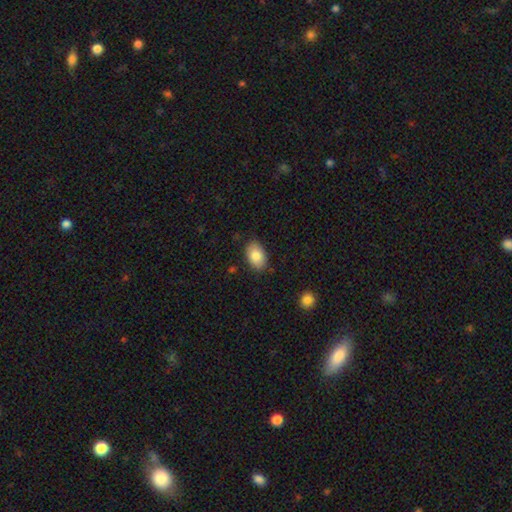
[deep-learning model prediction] smooth-or-featured: smooth: 85% | featured or disk: 8% | star or artifact: 7%
  how-rounded: in between: 90% | round: 9% | cigar-shaped: 1%
  merging: none: 83% | minor disturbance: 13% | major disturbance: 2% | merger: 1%